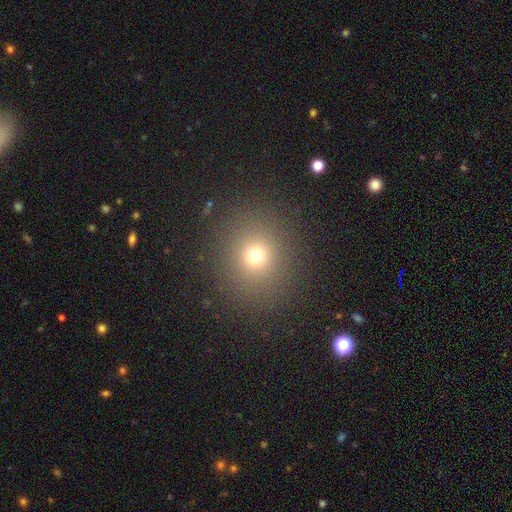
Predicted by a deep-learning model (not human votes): Smooth or featured? Predicted: smooth (p=0.70). How rounded? Predicted: round (p=0.83). Merging? Predicted: none (p=0.87).